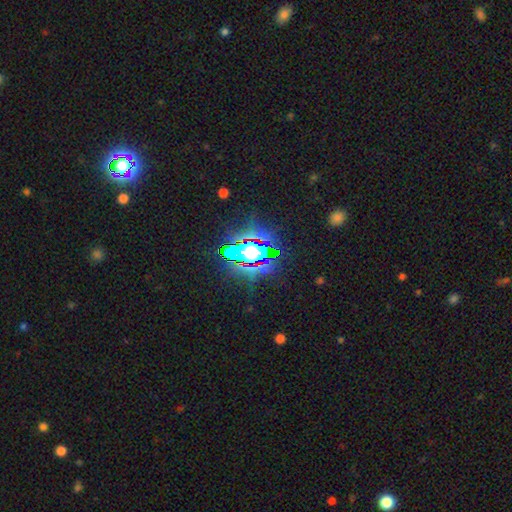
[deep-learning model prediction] This is clearly a star or artifact rather than a galaxy (83%).